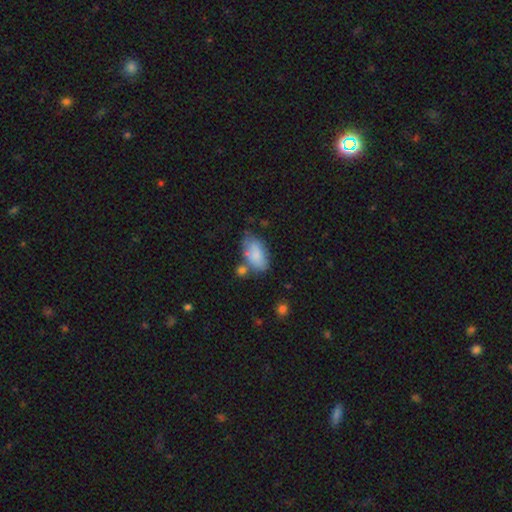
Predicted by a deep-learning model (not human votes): smooth_or_featured: smooth (p=0.78) [alt: featured or disk p=0.14]
how_rounded: in between (p=0.93) [alt: round p=0.04]
merging: none (p=0.50) [alt: minor disturbance p=0.26]